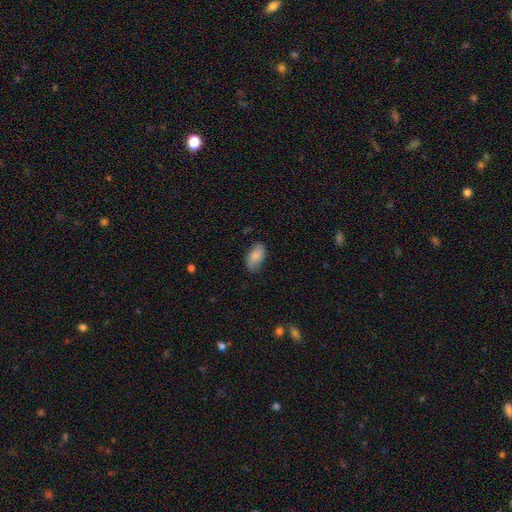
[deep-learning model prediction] Smooth or featured? Predicted: smooth (p=0.79). How rounded? Predicted: in between (p=0.94). Merging? Predicted: none (p=0.71).